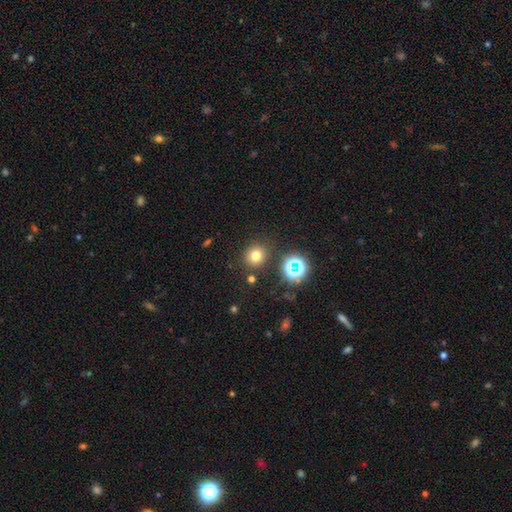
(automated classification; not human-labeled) Smooth or featured: smooth — 71% (star or artifact — 21%)
How rounded: round — 87% (in between — 12%)
Merging: none — 85% (minor disturbance — 8%)